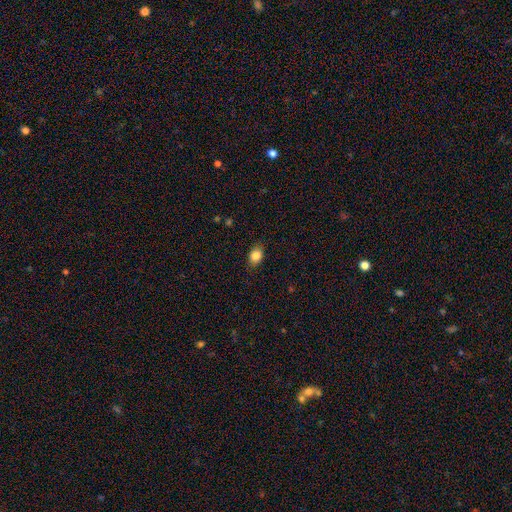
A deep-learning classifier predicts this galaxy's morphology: smooth-or-featured: smooth: 85% | star or artifact: 9% | featured or disk: 6%
  how-rounded: in between: 71% | round: 27% | cigar-shaped: 1%
  merging: none: 84% | minor disturbance: 12% | major disturbance: 3% | merger: 1%